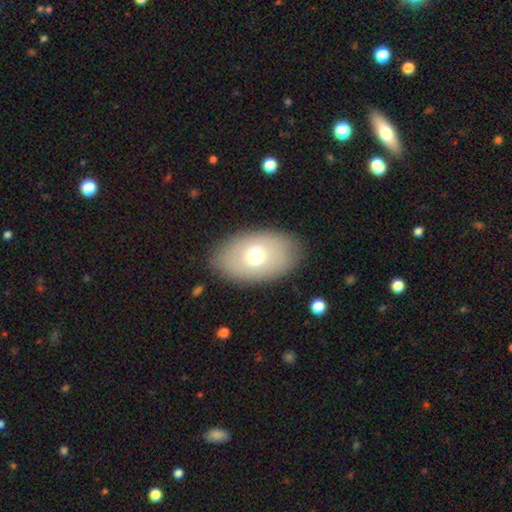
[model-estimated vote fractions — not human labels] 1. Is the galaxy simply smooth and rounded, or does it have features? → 68% smooth, 24% featured or disk, 8% star or artifact.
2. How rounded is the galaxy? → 90% in between, 8% round, 1% cigar-shaped.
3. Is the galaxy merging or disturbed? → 86% none, 10% minor disturbance, 3% major disturbance, 1% merger.